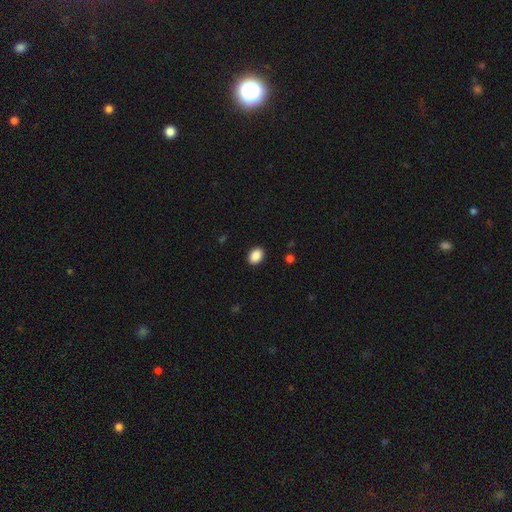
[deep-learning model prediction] Morphology: type=smooth (89%); roundness=in between (76%); merging=none (90%).